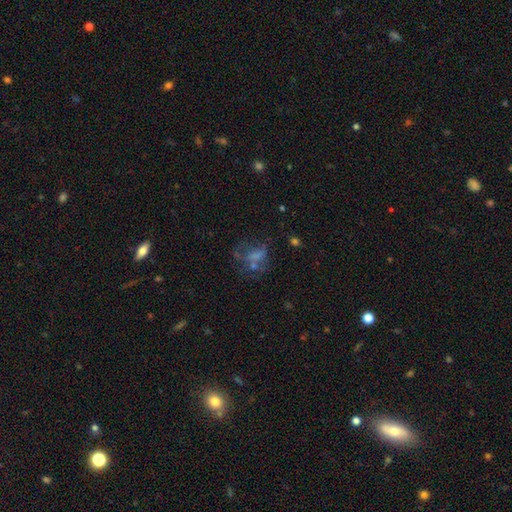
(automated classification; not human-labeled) Q: Smooth or featured?
A: featured or disk (38%); runner-up: smooth (34%)
Q: Merging?
A: none (43%); runner-up: major disturbance (30%)